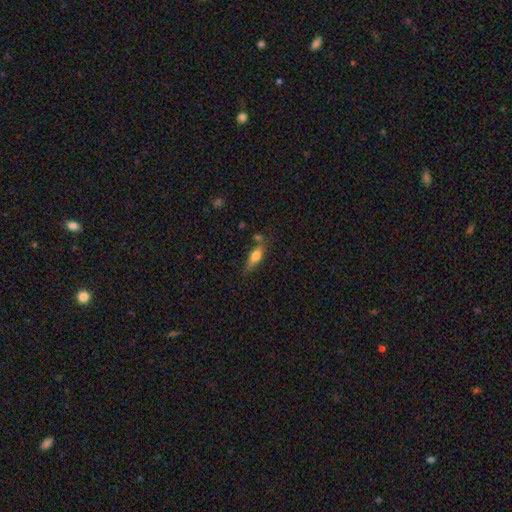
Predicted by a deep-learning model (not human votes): This is likely a smooth galaxy (61%). How rounded: possibly cigar-shaped (48%, tied with in between). Merging: likely none (63%).